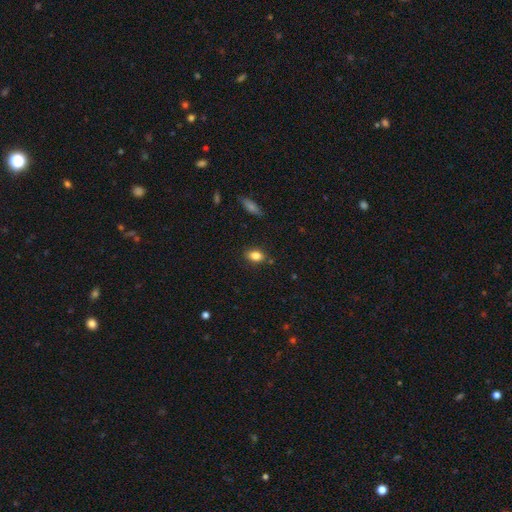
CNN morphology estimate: Smooth or featured? Predicted: smooth (p=0.83). How rounded? Predicted: in between (p=0.82). Merging? Predicted: none (p=0.84).